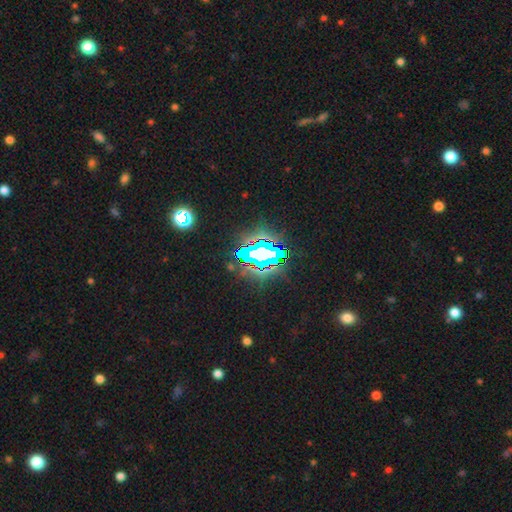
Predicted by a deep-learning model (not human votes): This is clearly a star or artifact rather than a galaxy (82%).